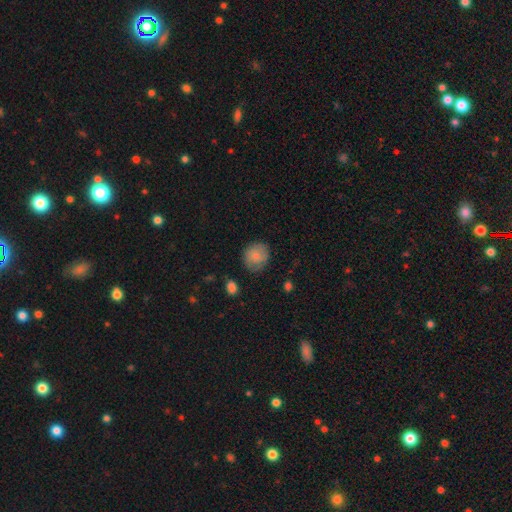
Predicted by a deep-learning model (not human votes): Smooth or featured? smooth (82%)
How rounded? round (82%)
Merging? none (76%)